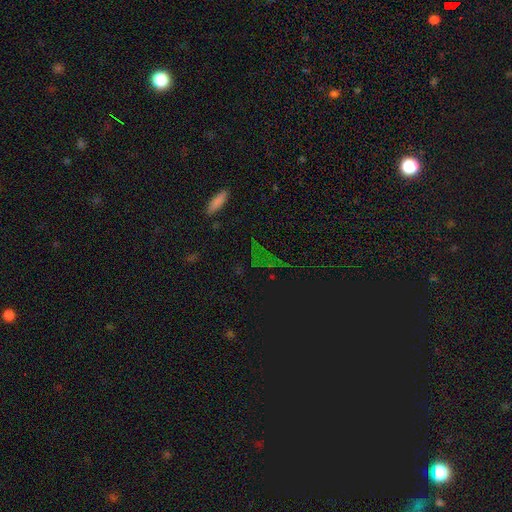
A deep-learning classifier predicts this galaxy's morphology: This is likely a star or artifact rather than a galaxy (65%).